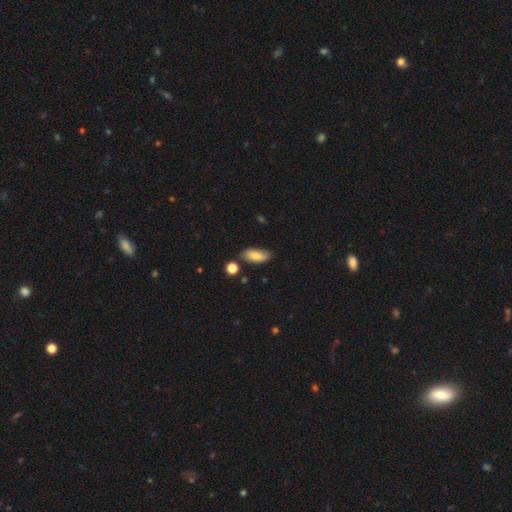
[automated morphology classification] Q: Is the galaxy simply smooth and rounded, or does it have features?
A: smooth — 81%.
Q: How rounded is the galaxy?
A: in between — 87%.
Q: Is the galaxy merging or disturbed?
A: none — 76%.